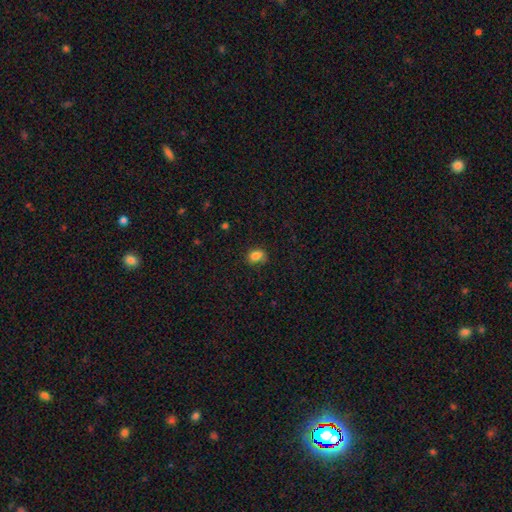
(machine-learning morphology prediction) smooth-or-featured: smooth: 81% | star or artifact: 12% | featured or disk: 7%
  how-rounded: in between: 65% | round: 34% | cigar-shaped: 1%
  merging: none: 57% | minor disturbance: 28% | major disturbance: 9% | merger: 6%